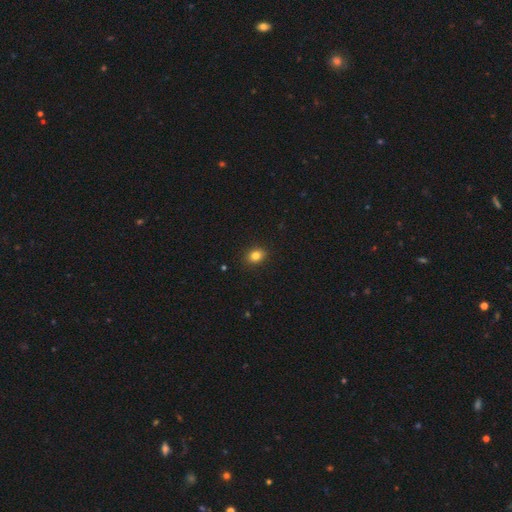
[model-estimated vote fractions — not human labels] The model was most divided on "how rounded": in between: 51%, round: 48%, cigar-shaped: 1%. More confident: merging — none (90%); smooth or featured — smooth (83%).